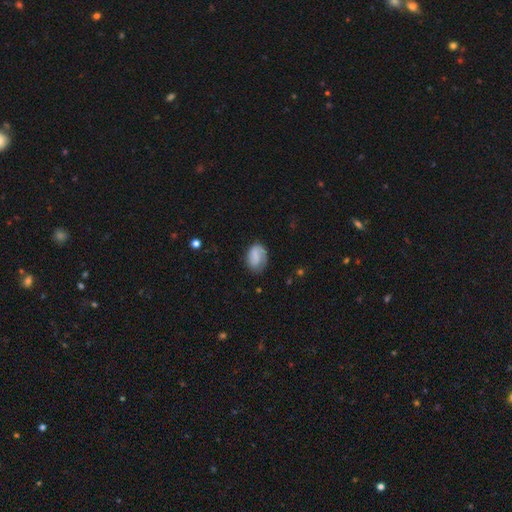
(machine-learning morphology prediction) smooth-or-featured: smooth: 65% | featured or disk: 27% | star or artifact: 8%
  how-rounded: in between: 79% | round: 20% | cigar-shaped: 1%
  merging: none: 64% | minor disturbance: 25% | major disturbance: 10% | merger: 2%